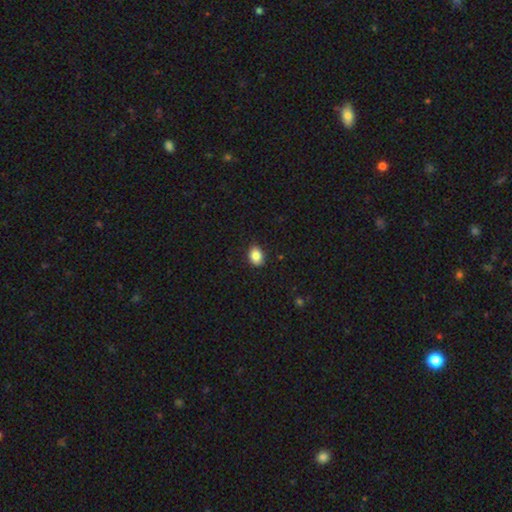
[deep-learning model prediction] This is clearly a smooth galaxy (86%). How rounded: likely in between (65%). Merging: clearly none (88%).